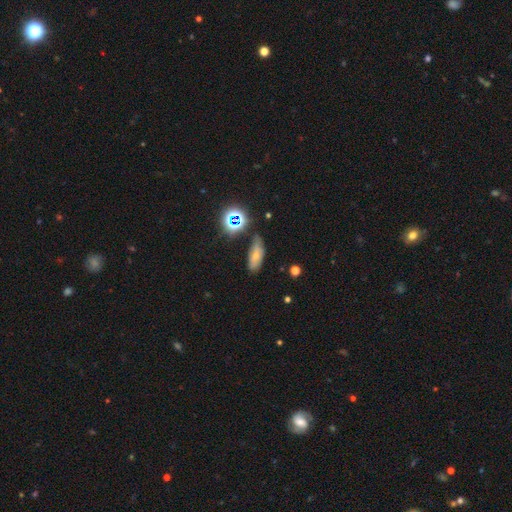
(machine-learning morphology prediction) Smooth or featured? Predicted: smooth (p=0.57). How rounded? Predicted: in between (p=0.76). Merging? Predicted: none (p=0.61).